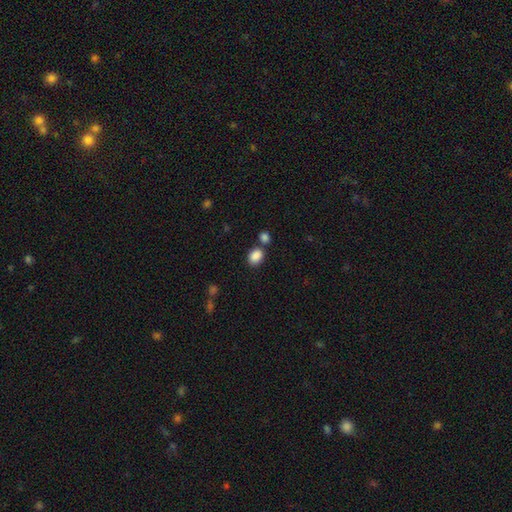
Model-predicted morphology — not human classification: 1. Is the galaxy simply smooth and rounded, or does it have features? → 87% smooth, 9% star or artifact, 4% featured or disk.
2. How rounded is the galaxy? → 69% in between, 30% round, 1% cigar-shaped.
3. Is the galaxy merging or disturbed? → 63% none, 22% merger, 11% minor disturbance, 4% major disturbance.